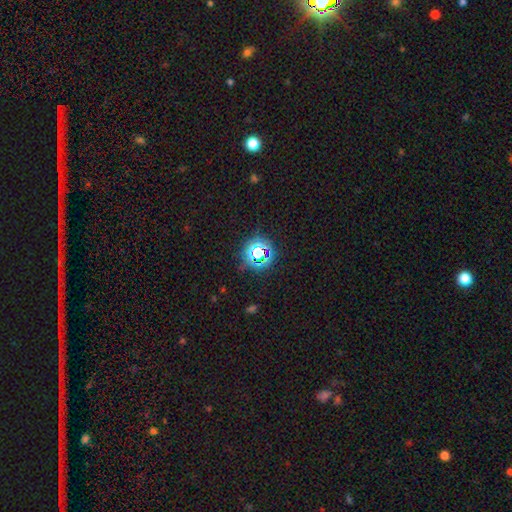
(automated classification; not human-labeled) The model was most divided on "smooth or featured": star or artifact: 68%, smooth: 23%, featured or disk: 9%.